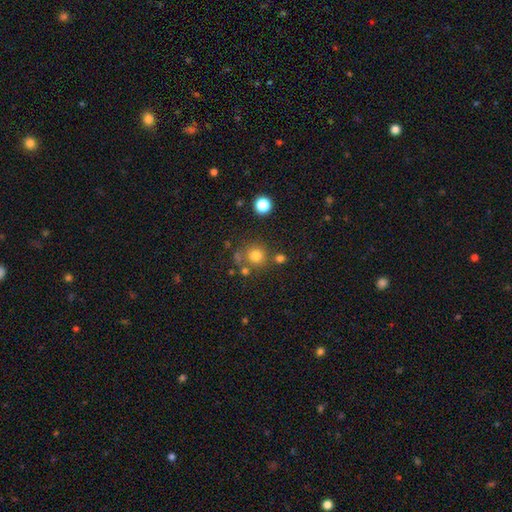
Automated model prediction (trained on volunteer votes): smooth 76%, star or artifact 16%, featured or disk 8%. Down the decision tree: how rounded — round (92%); merging — none (72%).